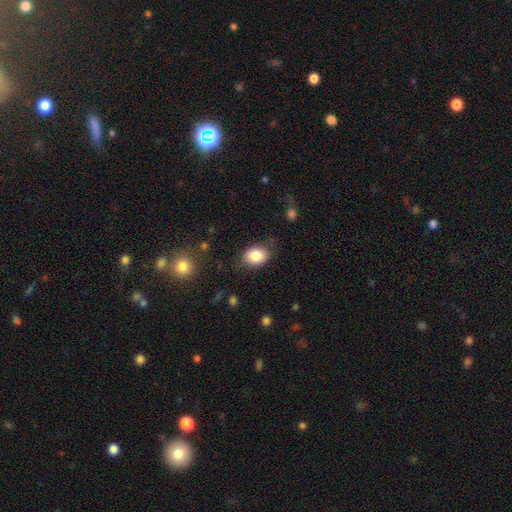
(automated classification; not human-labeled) smooth_or_featured: smooth (p=0.84) [alt: featured or disk p=0.08]
how_rounded: in between (p=0.69) [alt: round p=0.30]
merging: none (p=0.75) [alt: minor disturbance p=0.18]